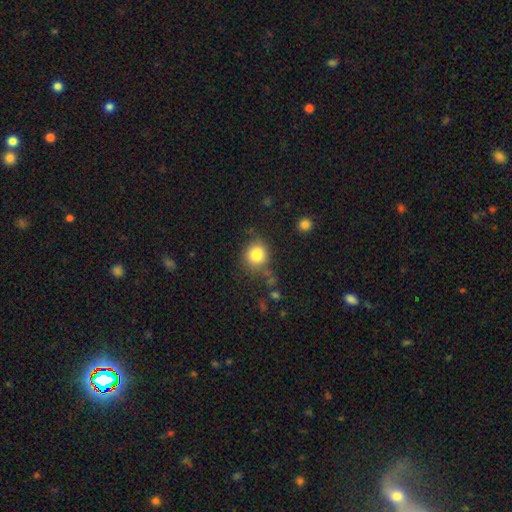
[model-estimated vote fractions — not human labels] smooth_or_featured: smooth (p=0.84) [alt: star or artifact p=0.10]
how_rounded: round (p=0.75) [alt: in between p=0.24]
merging: none (p=0.73) [alt: minor disturbance p=0.16]